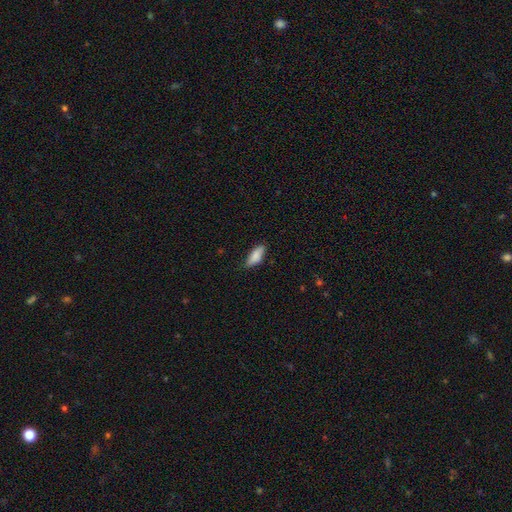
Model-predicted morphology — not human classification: Smooth or featured?
  - smooth: 83% *
  - featured or disk: 11%
  - star or artifact: 6%
How rounded?
  - in between: 67% *
  - cigar-shaped: 30%
  - round: 2%
Merging?
  - none: 75% *
  - minor disturbance: 20%
  - major disturbance: 4%
  - merger: 1%